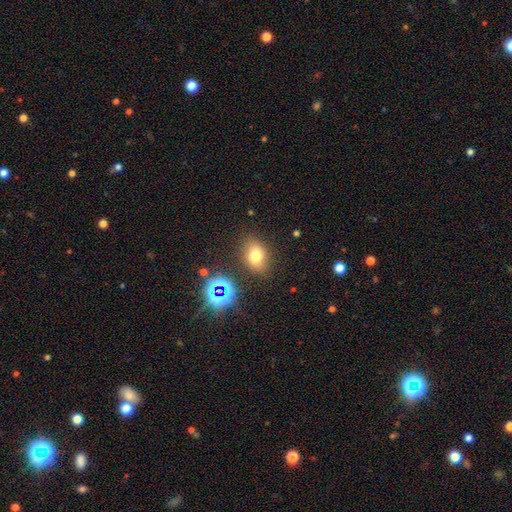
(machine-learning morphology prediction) Overall: smooth (69%). How rounded: in between (65%; round 33%). Merging: none (82%).